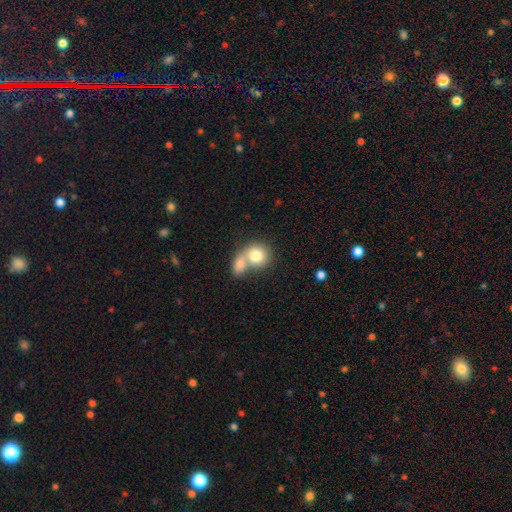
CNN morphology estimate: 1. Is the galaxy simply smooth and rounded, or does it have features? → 79% smooth, 14% featured or disk, 7% star or artifact.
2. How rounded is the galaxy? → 71% round, 27% in between, 1% cigar-shaped.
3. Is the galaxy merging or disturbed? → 68% merger, 22% none, 6% minor disturbance, 4% major disturbance.